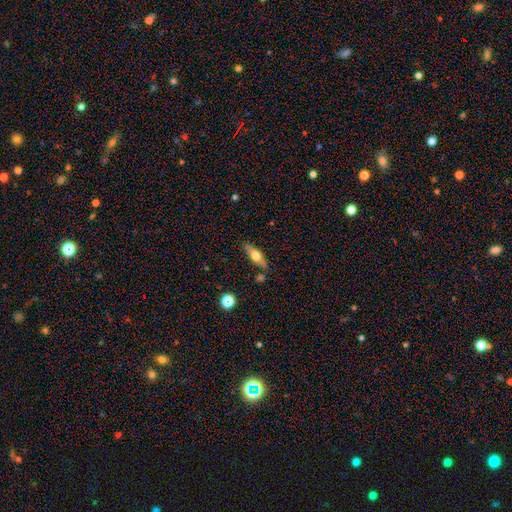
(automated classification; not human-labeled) A smooth galaxy with no disk features (57%) that is in between round and cigar-shaped (54%).

Vote fractions:
- Smooth or featured? smooth: 57% / featured or disk: 36% / star or artifact: 7%
- How rounded? in between: 54% / cigar-shaped: 43% / round: 3%
- Merging? none: 80% / minor disturbance: 13% / merger: 5% / major disturbance: 3%